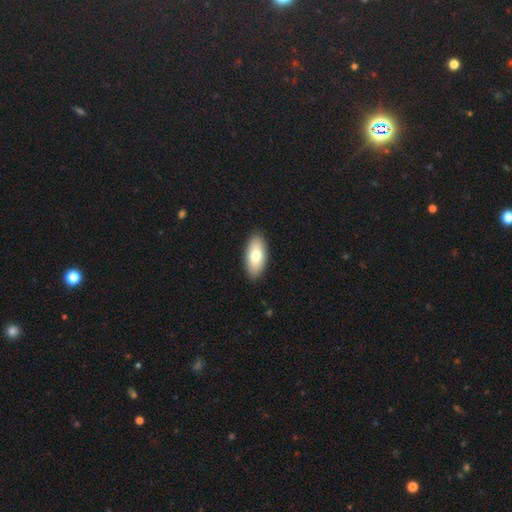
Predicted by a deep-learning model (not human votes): This appears to be a smooth galaxy with no disk features (76%) that is in between round and cigar-shaped (90%). Merging: none (90%).